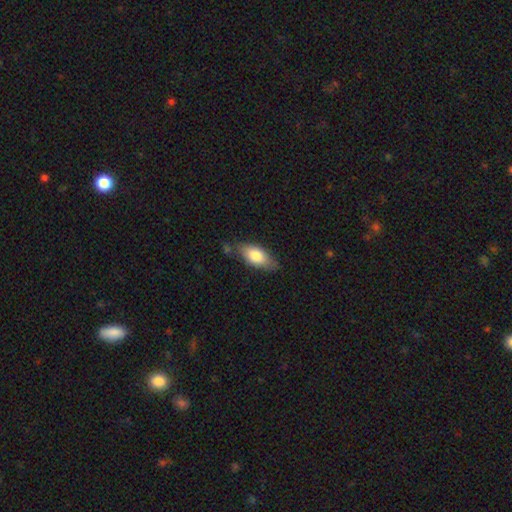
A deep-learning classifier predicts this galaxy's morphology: Overall: smooth (76%). How rounded: in between (85%). Merging: none (70%).